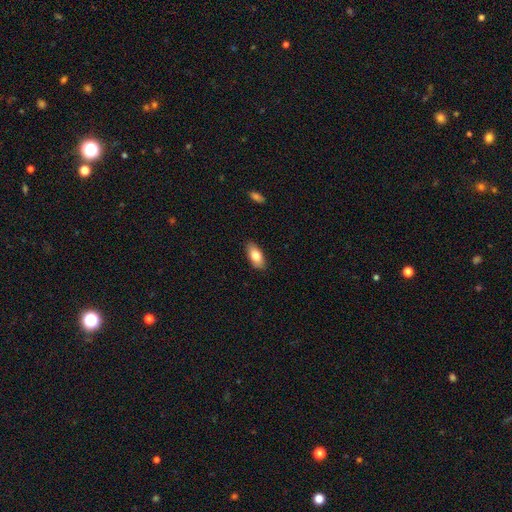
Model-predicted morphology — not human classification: Smooth or featured?
  - smooth: 80% *
  - featured or disk: 14%
  - star or artifact: 6%
How rounded?
  - in between: 89% *
  - cigar-shaped: 8%
  - round: 3%
Merging?
  - none: 88% *
  - minor disturbance: 9%
  - major disturbance: 2%
  - merger: 1%